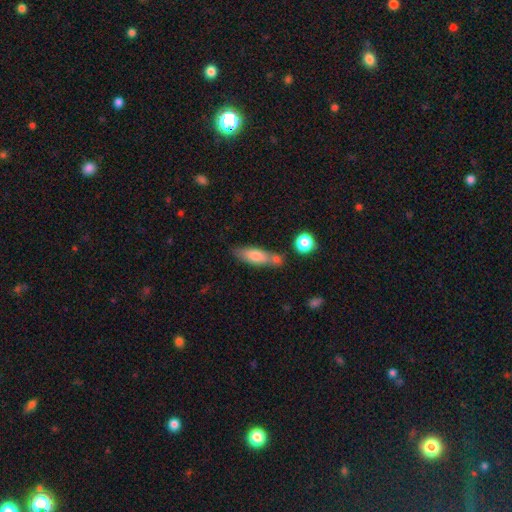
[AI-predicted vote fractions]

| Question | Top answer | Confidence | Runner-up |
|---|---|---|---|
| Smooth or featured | smooth | 74% | featured or disk (19%) |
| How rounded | in between | 57% | cigar-shaped (40%) |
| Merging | none | 56% | merger (23%) |